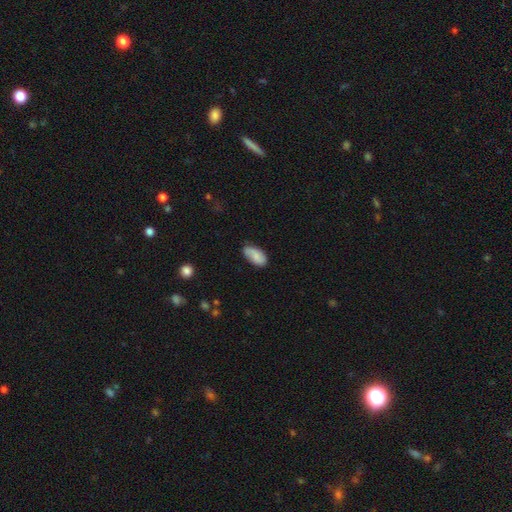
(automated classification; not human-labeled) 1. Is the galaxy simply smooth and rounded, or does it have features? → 75% smooth, 18% featured or disk, 7% star or artifact.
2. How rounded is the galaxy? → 93% in between, 4% cigar-shaped, 3% round.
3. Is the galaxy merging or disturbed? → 68% none, 25% minor disturbance, 5% major disturbance, 2% merger.